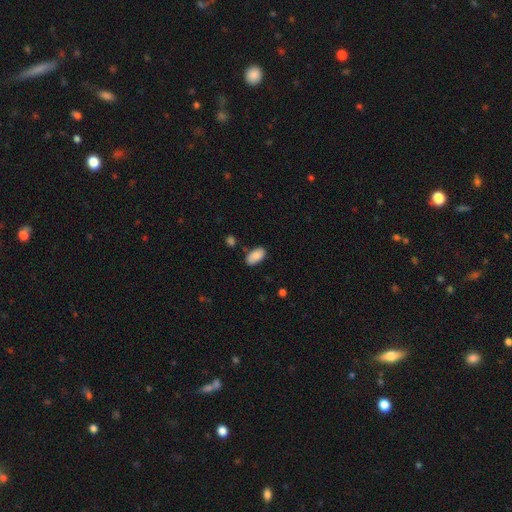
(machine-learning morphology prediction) smooth_or_featured: smooth (p=0.87) [alt: featured or disk p=0.07]
how_rounded: in between (p=0.95) [alt: round p=0.03]
merging: none (p=0.80) [alt: minor disturbance p=0.14]